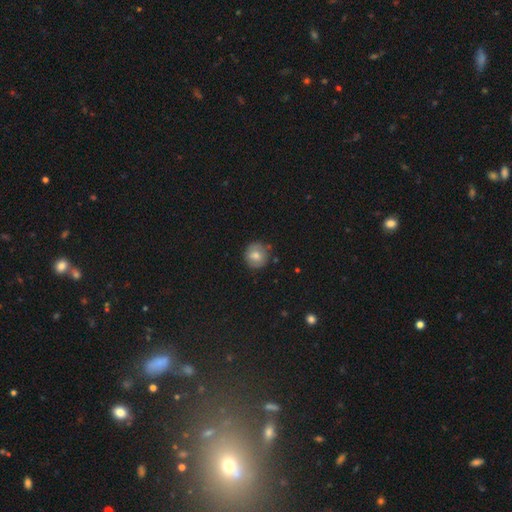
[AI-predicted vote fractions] Smooth or featured? Predicted: smooth (p=0.73). How rounded? Predicted: round (p=0.90). Merging? Predicted: none (p=0.80).